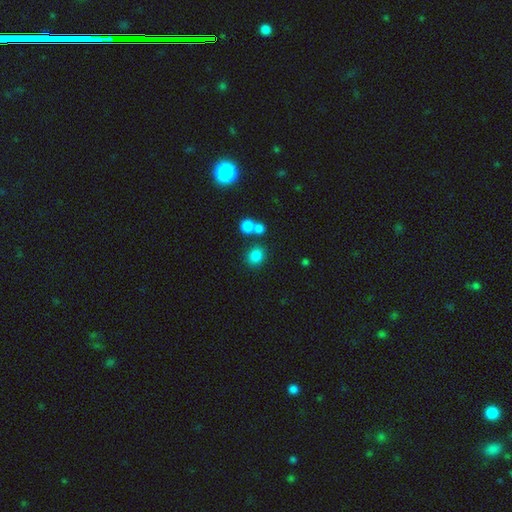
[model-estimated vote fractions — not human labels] smooth_or_featured: smooth (p=0.82) [alt: star or artifact p=0.12]
how_rounded: round (p=0.69) [alt: in between p=0.30]
merging: none (p=0.71) [alt: merger p=0.16]